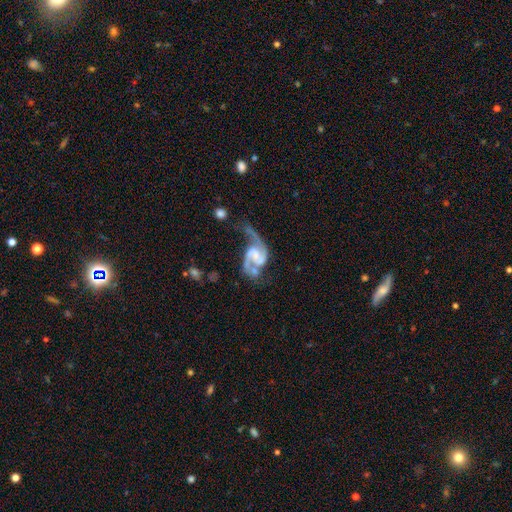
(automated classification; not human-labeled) Overall: featured or disk (89%). Edge-on disk: no (98%). Bar: weak (44%; no 38%). Spiral arms: yes (96%). Spiral arm count: 2 (90%). Spiral winding: medium (47%; loose 41%). Bulge size: none (38%; small 31%). Merging: none (36%; major disturbance 30%).